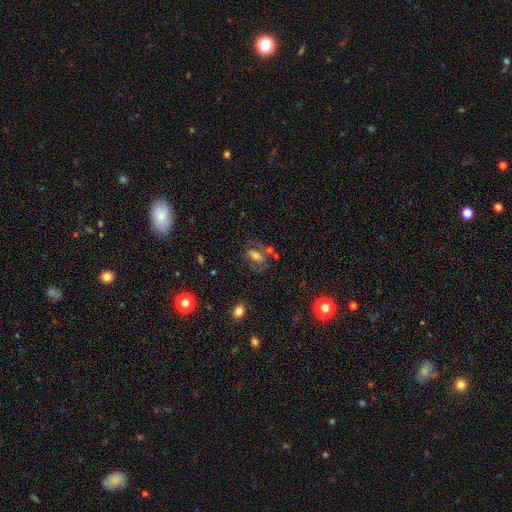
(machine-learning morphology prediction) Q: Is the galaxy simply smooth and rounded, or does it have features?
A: smooth — 44%, tied with featured or disk.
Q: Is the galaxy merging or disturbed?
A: none — 56%.